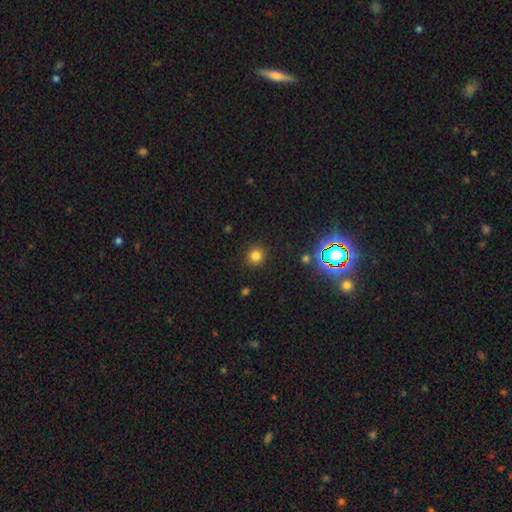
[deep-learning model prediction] Smooth or featured? smooth (79%)
How rounded? round (94%)
Merging? none (90%)